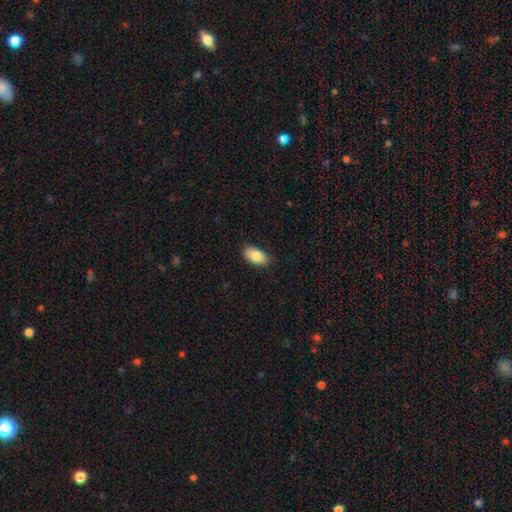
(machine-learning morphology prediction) Smooth or featured: smooth — 86% (featured or disk — 8%)
How rounded: in between — 94% (round — 3%)
Merging: none — 85% (minor disturbance — 12%)